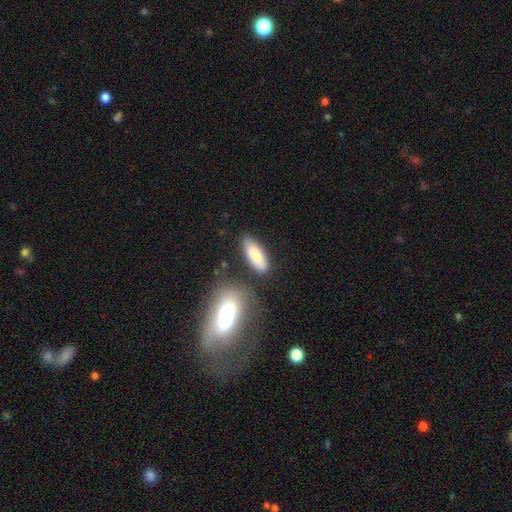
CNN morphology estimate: Smooth or featured? Predicted: smooth (p=0.82). How rounded? Predicted: in between (p=0.66). Merging? Predicted: none (p=0.73).